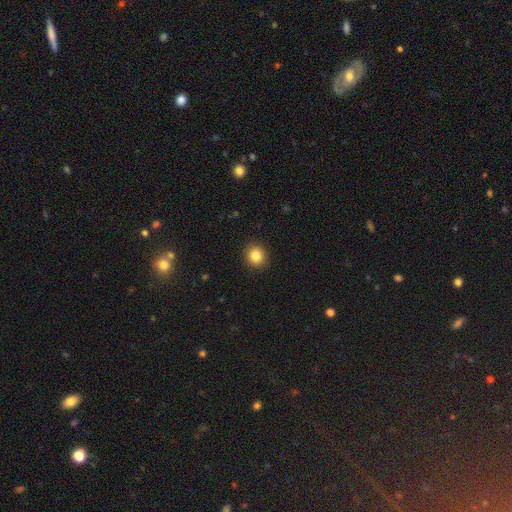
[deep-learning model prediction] Smooth or featured? smooth (85%)
How rounded? round (86%)
Merging? none (91%)